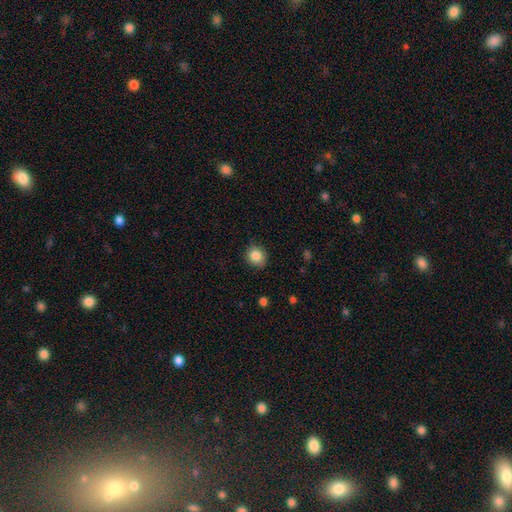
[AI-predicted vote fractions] Q: Smooth or featured?
A: smooth (86%); runner-up: star or artifact (9%)
Q: How rounded?
A: round (75%); runner-up: in between (24%)
Q: Merging?
A: none (85%); runner-up: minor disturbance (11%)